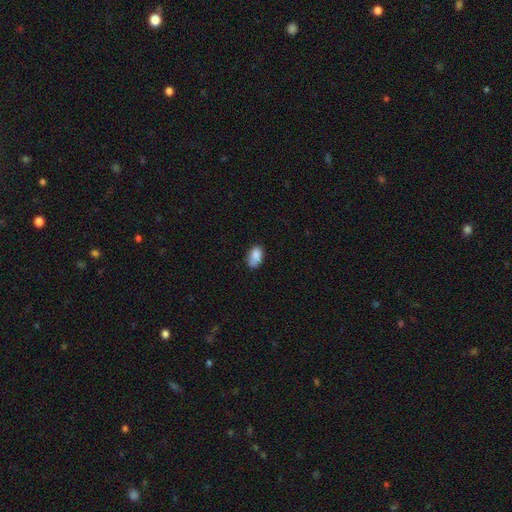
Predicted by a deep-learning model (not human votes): The model was most divided on "merging": none: 66%, minor disturbance: 27%, major disturbance: 5%, merger: 2%. More confident: how rounded — in between (89%); smooth or featured — smooth (85%).